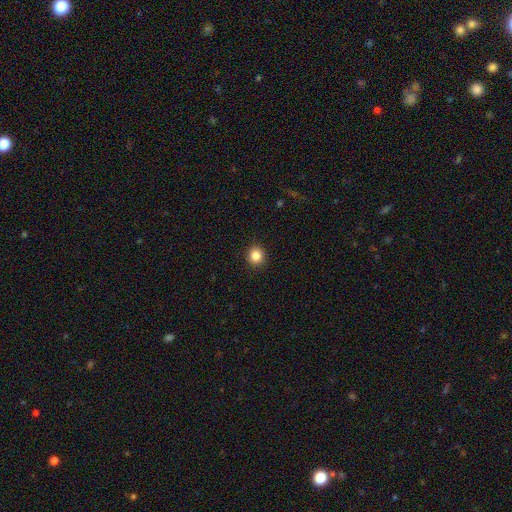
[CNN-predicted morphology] Q: Smooth or featured?
A: smooth (85%); runner-up: star or artifact (11%)
Q: How rounded?
A: round (90%); runner-up: in between (9%)
Q: Merging?
A: none (93%); runner-up: minor disturbance (5%)